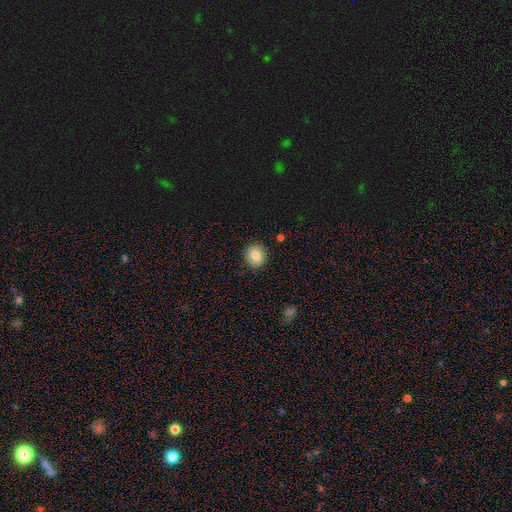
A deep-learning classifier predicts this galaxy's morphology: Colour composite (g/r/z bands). It shows a smooth galaxy with no disk features (83%) that is round (82%). Merging: none (87%).